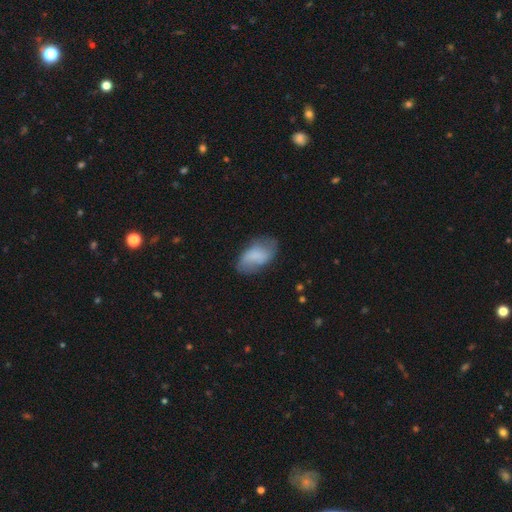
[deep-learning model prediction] Morphology: type=smooth (66%); roundness=in between (93%); merging=none (62%).